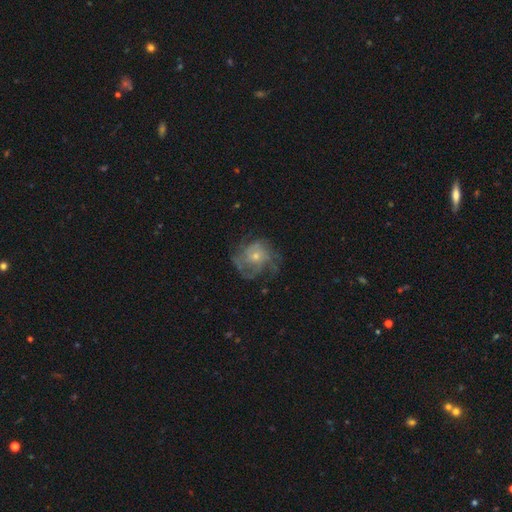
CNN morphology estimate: featured or disk 74%, smooth 15%, star or artifact 11%. Down the decision tree: edge-on disk — no (98%); bar — no (79%); spiral arms — yes (90%); spiral arm count — can't tell (31%); spiral winding — tight (47%); bulge size — small (55%); merging — none (66%).